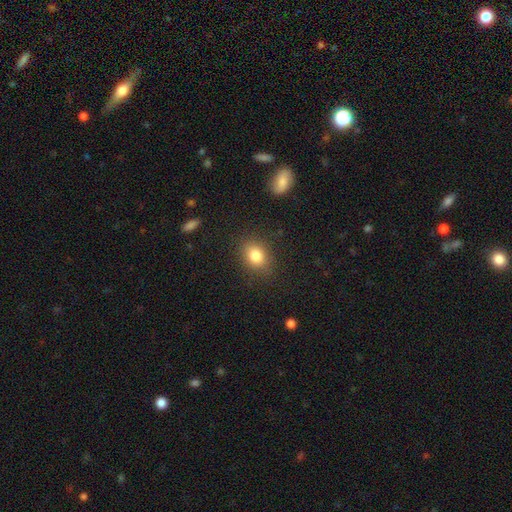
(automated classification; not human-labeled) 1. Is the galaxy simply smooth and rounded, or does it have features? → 82% smooth, 10% star or artifact, 7% featured or disk.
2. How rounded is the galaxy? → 55% in between, 44% round, 1% cigar-shaped.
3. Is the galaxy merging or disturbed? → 85% none, 10% minor disturbance, 3% major disturbance, 1% merger.